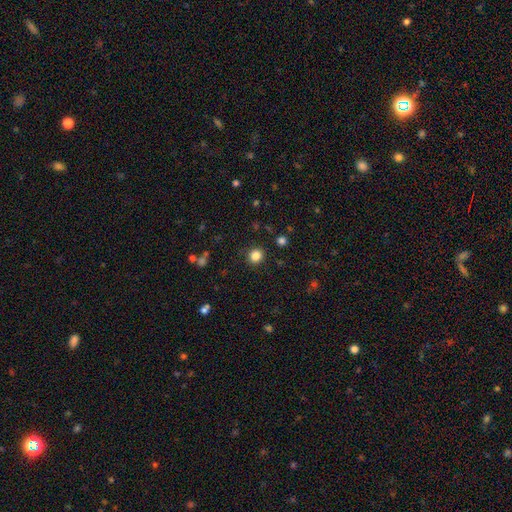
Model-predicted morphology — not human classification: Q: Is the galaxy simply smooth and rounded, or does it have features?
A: smooth — 83%.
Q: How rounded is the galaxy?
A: round — 90%.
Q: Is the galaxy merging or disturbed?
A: none — 91%.